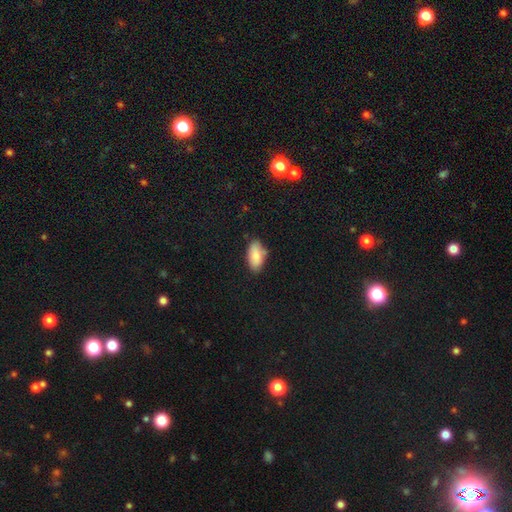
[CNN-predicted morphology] Smooth or featured? smooth (85%)
How rounded? in between (92%)
Merging? none (73%)